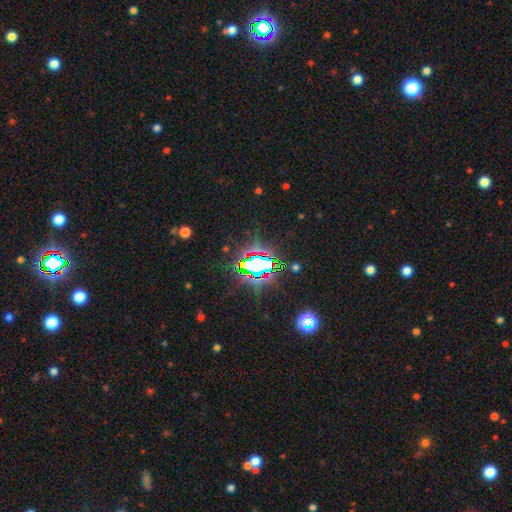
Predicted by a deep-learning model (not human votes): Overall: star or artifact (80%).